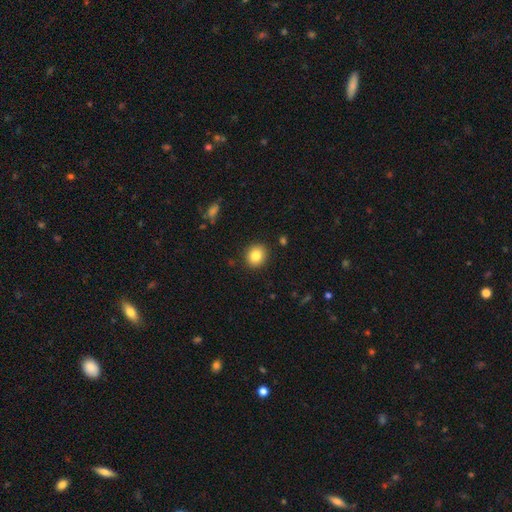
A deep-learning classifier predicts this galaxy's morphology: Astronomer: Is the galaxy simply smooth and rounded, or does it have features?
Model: smooth — 83%.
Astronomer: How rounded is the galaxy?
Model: round — 79%.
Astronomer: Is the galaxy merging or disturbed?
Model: none — 91%.